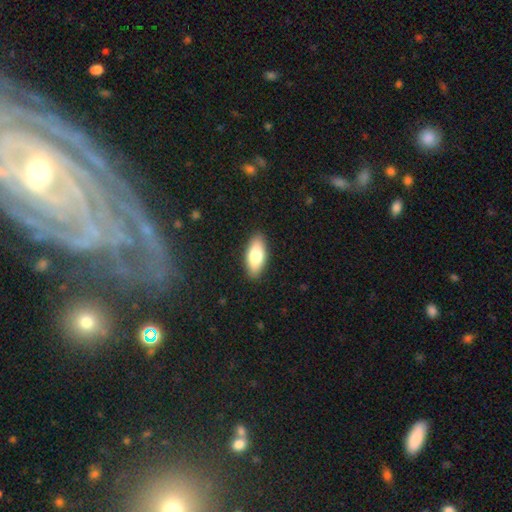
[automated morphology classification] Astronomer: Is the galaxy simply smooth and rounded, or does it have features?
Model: smooth — 78%.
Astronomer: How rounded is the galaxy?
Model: in between — 86%.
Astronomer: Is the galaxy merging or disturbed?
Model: none — 89%.